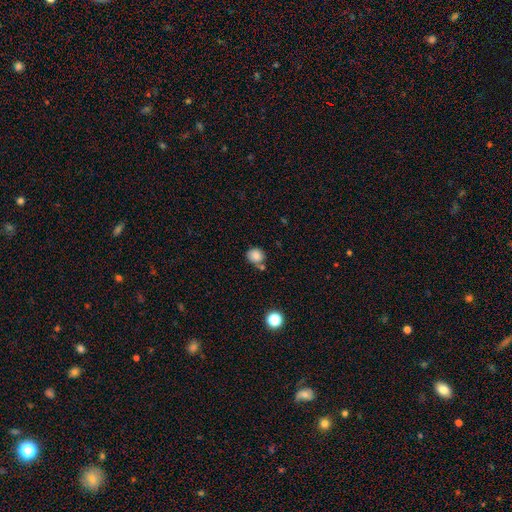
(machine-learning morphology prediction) Overall: smooth (82%). How rounded: round (80%). Merging: none (60%).